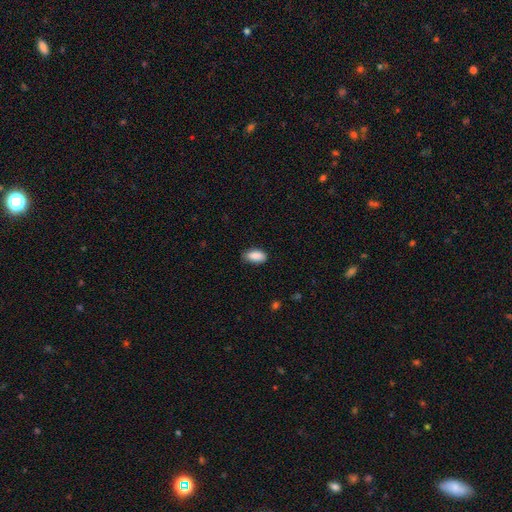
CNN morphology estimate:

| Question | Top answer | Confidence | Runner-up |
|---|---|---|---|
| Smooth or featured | smooth | 90% | star or artifact (7%) |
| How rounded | in between | 93% | cigar-shaped (4%) |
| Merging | none | 76% | minor disturbance (20%) |